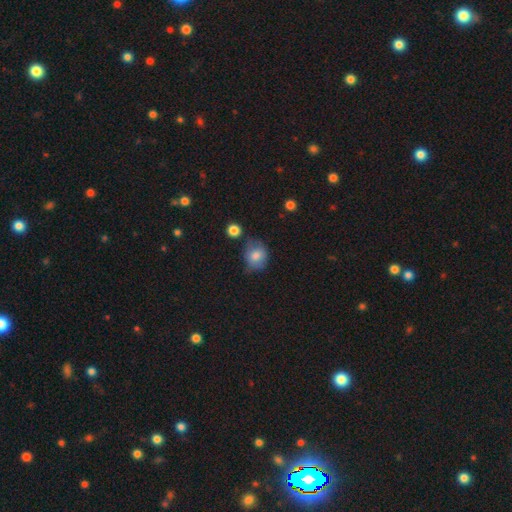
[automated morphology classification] The model was most divided on "how rounded": round: 59%, in between: 40%, cigar-shaped: 1%. More confident: smooth or featured — smooth (77%); merging — none (54%).